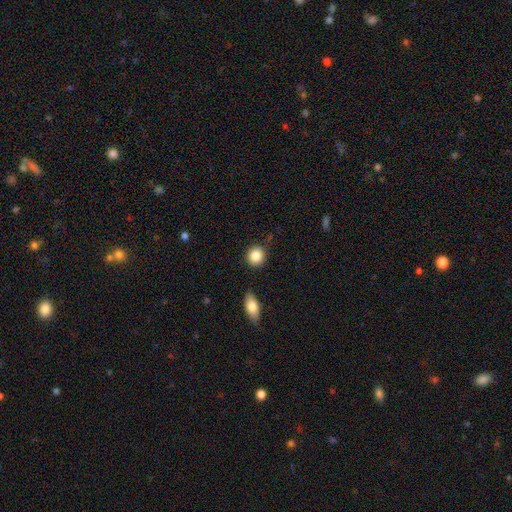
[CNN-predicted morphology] smooth_or_featured: smooth (p=0.86) [alt: star or artifact p=0.08]
how_rounded: round (p=0.87) [alt: in between p=0.12]
merging: none (p=0.84) [alt: minor disturbance p=0.10]